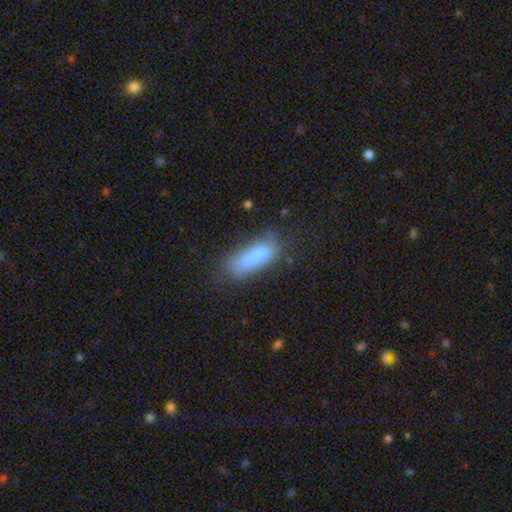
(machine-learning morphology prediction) Smooth or featured? Predicted: smooth (p=0.75). How rounded? Predicted: in between (p=0.65). Merging? Predicted: none (p=0.43).